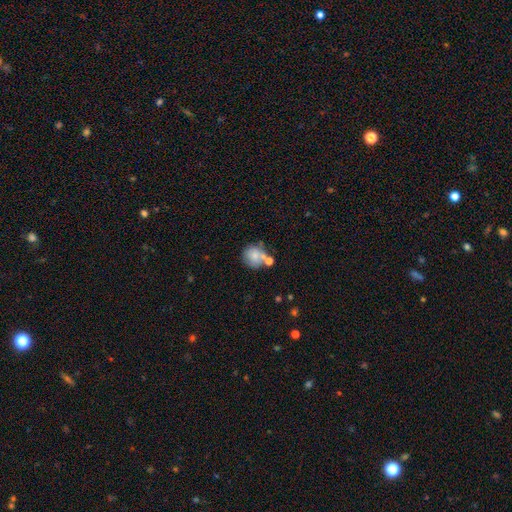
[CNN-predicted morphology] This appears to be a smooth galaxy with no disk features (76%) that is round (85%). Merging: none (52%).